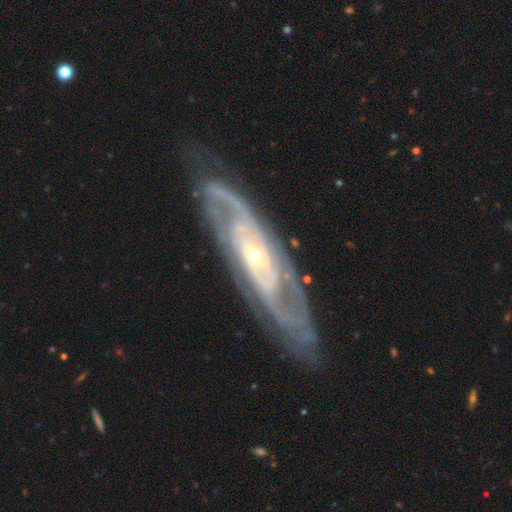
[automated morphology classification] This appears to be a featured or disk galaxy (89%) with no bar (57%), 2 (49%) tight (58%) spiral arms (95%) and a small central bulge (71%). Merging: none (81%).